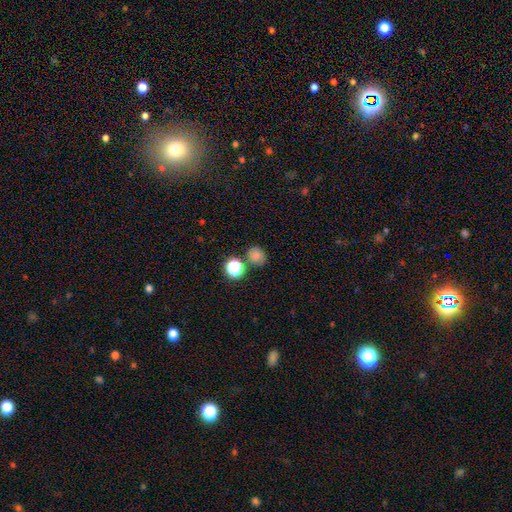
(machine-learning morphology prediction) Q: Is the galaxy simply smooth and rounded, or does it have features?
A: smooth — 75%.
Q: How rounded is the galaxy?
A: round — 76%.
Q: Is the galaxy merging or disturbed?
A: none — 71%.